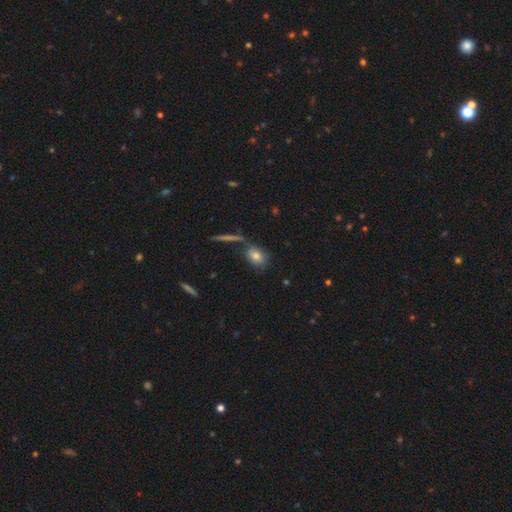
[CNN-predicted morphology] This is likely a smooth galaxy (77%). How rounded: likely in between (70%). Merging: likely none (66%).